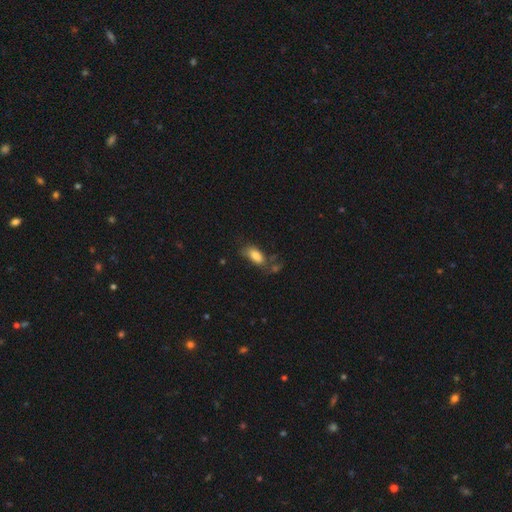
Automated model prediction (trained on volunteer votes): A smooth galaxy with no disk features (81%) that is in between round and cigar-shaped (88%). Merging: none (49%).